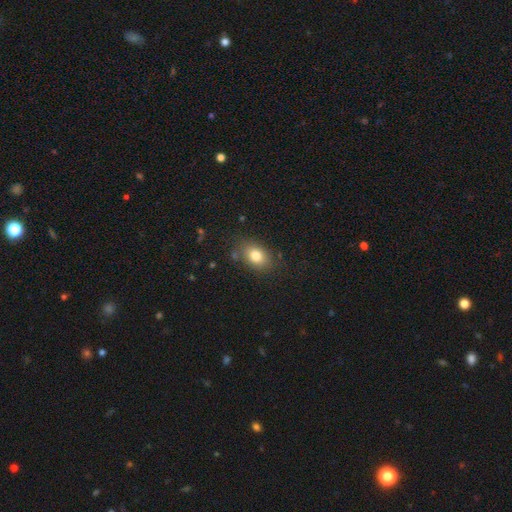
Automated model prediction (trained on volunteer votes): Smooth or featured? smooth (79%)
How rounded? in between (74%)
Merging? none (81%)